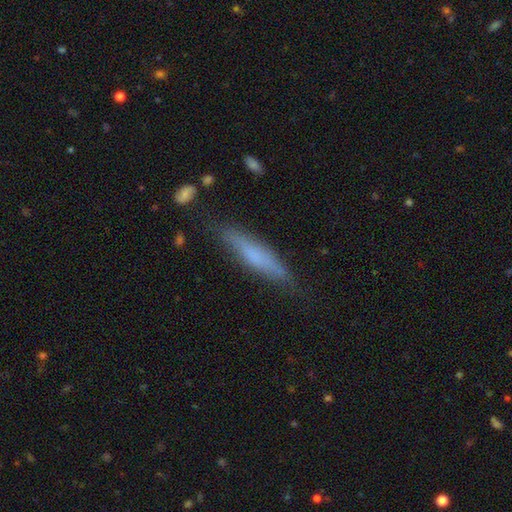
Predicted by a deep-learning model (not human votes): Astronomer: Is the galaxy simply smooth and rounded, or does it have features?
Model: smooth — 59% (runner-up: featured or disk, 34%).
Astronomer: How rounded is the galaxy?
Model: cigar-shaped — 85%.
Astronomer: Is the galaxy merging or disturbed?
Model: none — 78%.